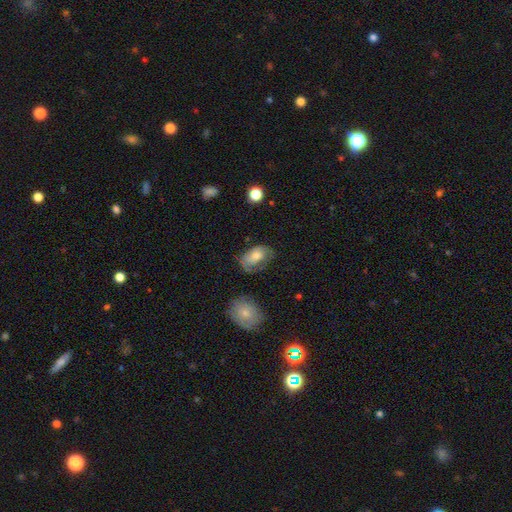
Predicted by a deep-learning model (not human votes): The model was most divided on "merging": none: 52%, minor disturbance: 30%, major disturbance: 15%, merger: 3%. More confident: how rounded — in between (88%); smooth or featured — smooth (59%).